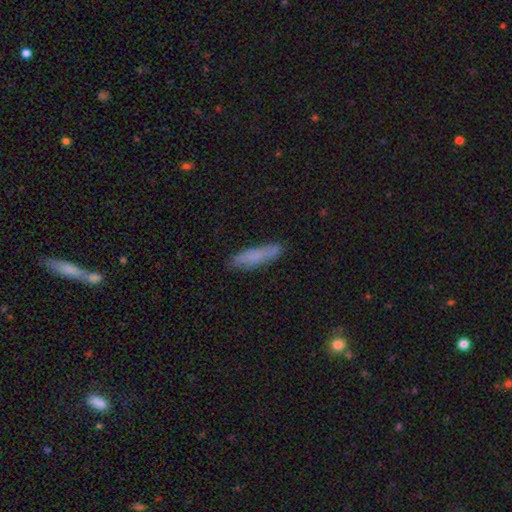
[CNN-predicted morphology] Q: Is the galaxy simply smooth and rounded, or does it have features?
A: smooth — 75%.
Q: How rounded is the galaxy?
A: cigar-shaped — 80%.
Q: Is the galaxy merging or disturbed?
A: none — 81%.